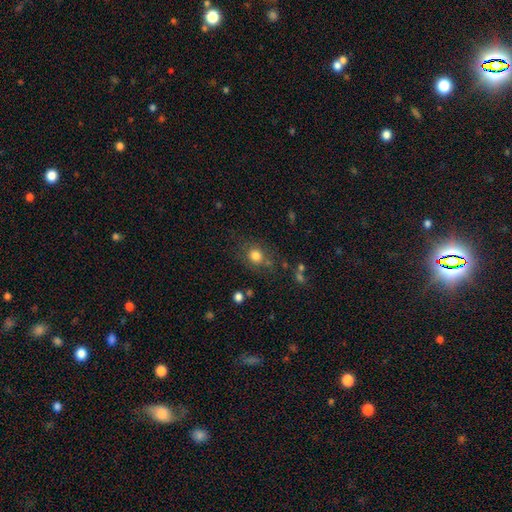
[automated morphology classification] Smooth or featured? Predicted: smooth (p=0.80). How rounded? Predicted: round (p=0.73). Merging? Predicted: none (p=0.72).